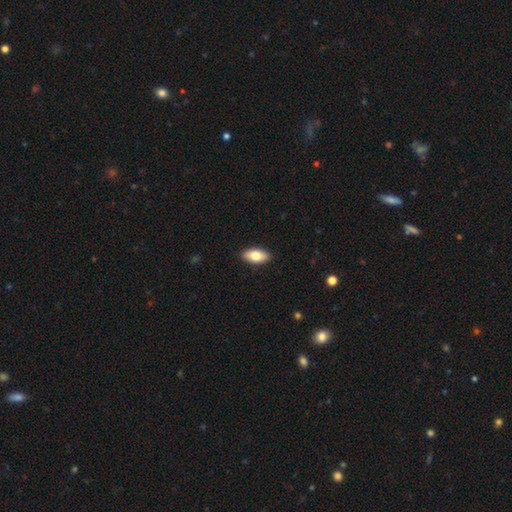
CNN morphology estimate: Smooth or featured? Predicted: smooth (p=0.79). How rounded? Predicted: in between (p=0.90). Merging? Predicted: none (p=0.90).